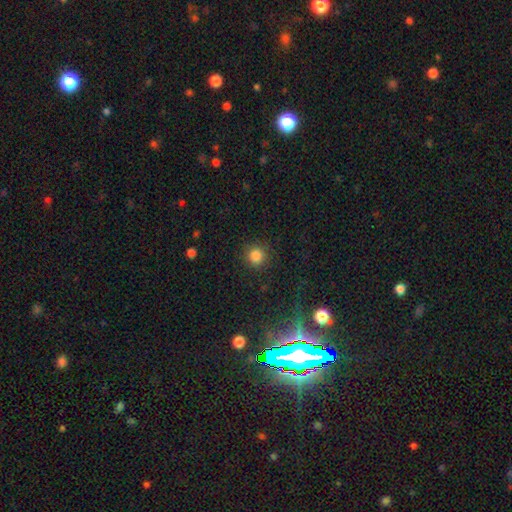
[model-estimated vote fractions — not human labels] smooth_or_featured: smooth (p=0.83) [alt: star or artifact p=0.12]
how_rounded: round (p=0.93) [alt: in between p=0.06]
merging: none (p=0.87) [alt: minor disturbance p=0.08]